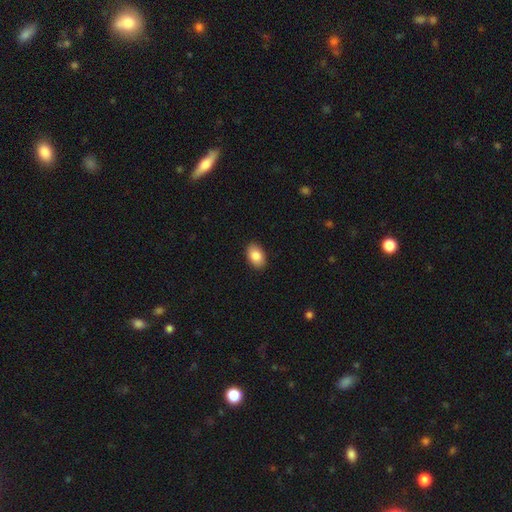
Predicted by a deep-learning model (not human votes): Smooth or featured? smooth (87%)
How rounded? in between (89%)
Merging? none (90%)